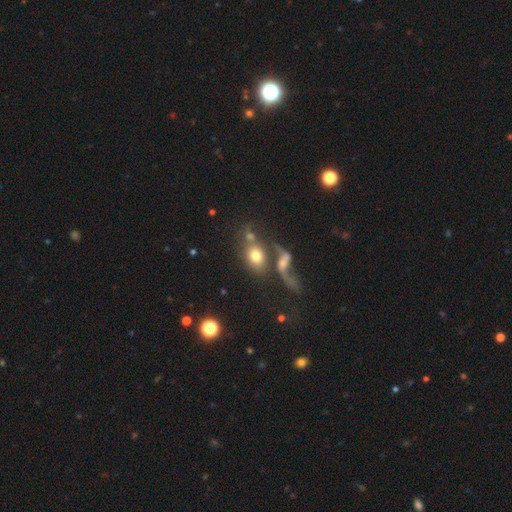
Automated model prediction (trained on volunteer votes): Morphology: type=smooth (66%); roundness=in between (59%); merging=merger (40%).